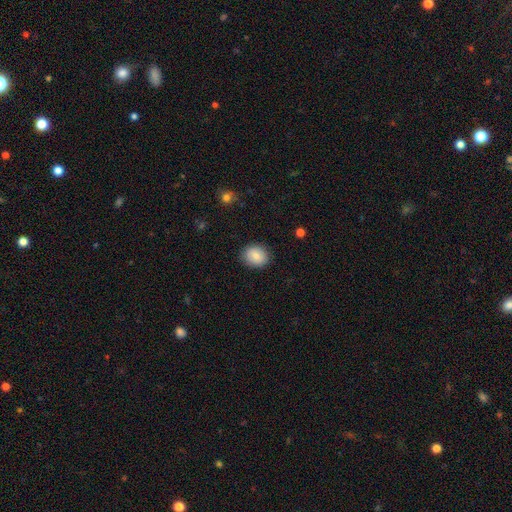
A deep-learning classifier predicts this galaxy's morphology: This appears to be a smooth galaxy with no disk features (81%) that is round (67%). Merging: none (87%).